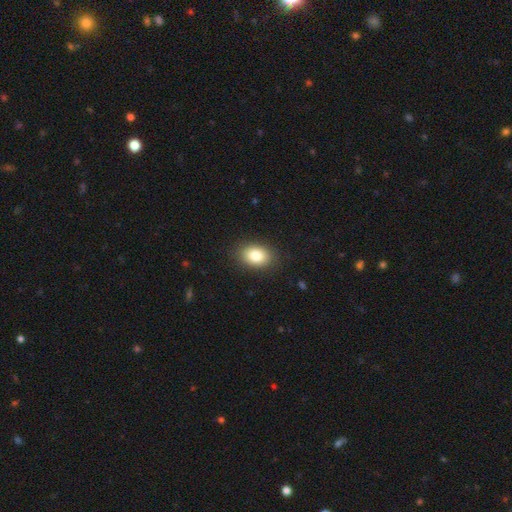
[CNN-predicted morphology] smooth_or_featured: smooth (p=0.83) [alt: star or artifact p=0.09]
how_rounded: in between (p=0.75) [alt: round p=0.24]
merging: none (p=0.88) [alt: minor disturbance p=0.08]